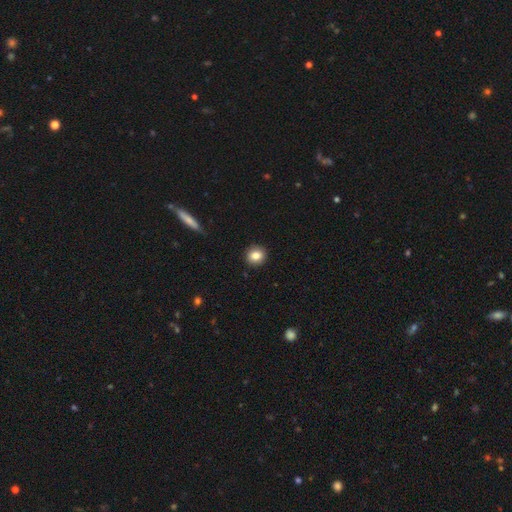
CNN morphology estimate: Smooth or featured?
  - smooth: 84% *
  - star or artifact: 9%
  - featured or disk: 7%
How rounded?
  - round: 85% *
  - in between: 14%
  - cigar-shaped: 1%
Merging?
  - none: 91% *
  - minor disturbance: 6%
  - major disturbance: 2%
  - merger: 1%